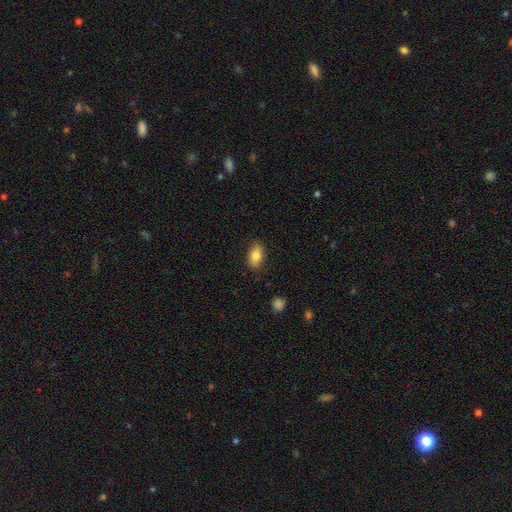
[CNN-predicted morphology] smooth-or-featured: smooth: 82% | featured or disk: 11% | star or artifact: 8%
  how-rounded: in between: 89% | round: 6% | cigar-shaped: 6%
  merging: none: 85% | minor disturbance: 11% | major disturbance: 2% | merger: 1%